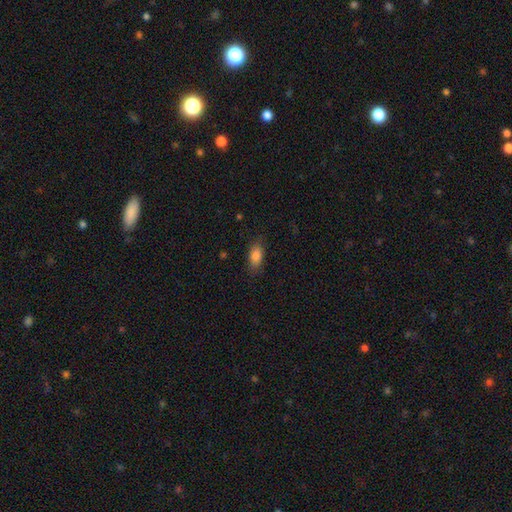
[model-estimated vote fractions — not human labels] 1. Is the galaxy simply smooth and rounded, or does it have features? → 85% smooth, 8% star or artifact, 7% featured or disk.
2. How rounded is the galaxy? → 86% in between, 9% cigar-shaped, 5% round.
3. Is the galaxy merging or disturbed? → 82% none, 13% minor disturbance, 4% major disturbance, 1% merger.